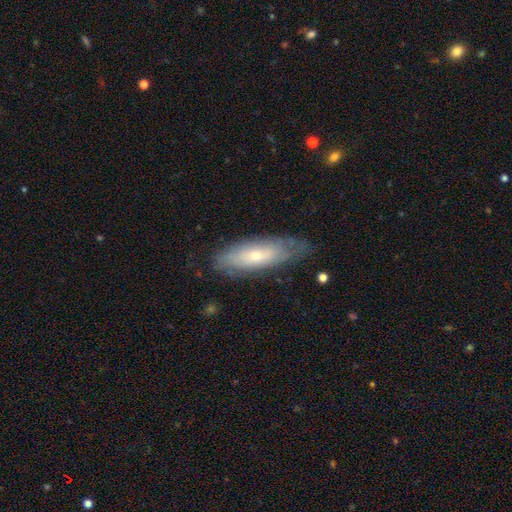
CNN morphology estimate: Smooth or featured? Predicted: smooth (p=0.50). How rounded? Predicted: in between (p=0.57). Merging? Predicted: none (p=0.69).